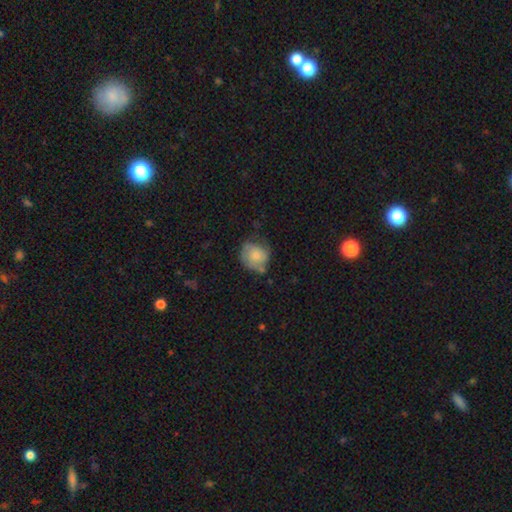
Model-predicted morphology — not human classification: The model was most divided on "merging": none: 49%, minor disturbance: 32%, major disturbance: 13%, merger: 6%. More confident: how rounded — round (78%); smooth or featured — smooth (67%).